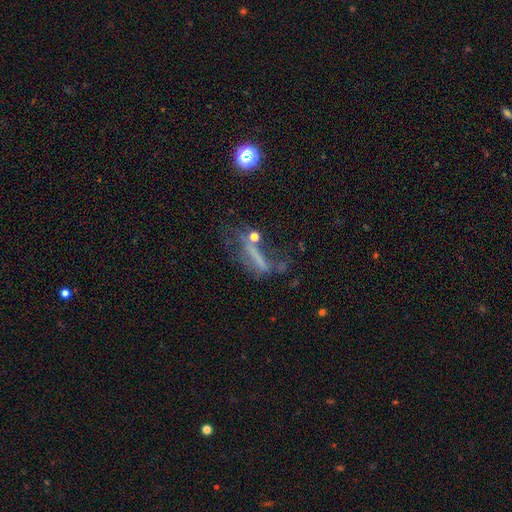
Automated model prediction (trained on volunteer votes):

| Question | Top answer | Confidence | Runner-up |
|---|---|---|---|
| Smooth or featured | featured or disk | 42% | smooth (35%) |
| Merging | major disturbance | 36% | none (33%) |